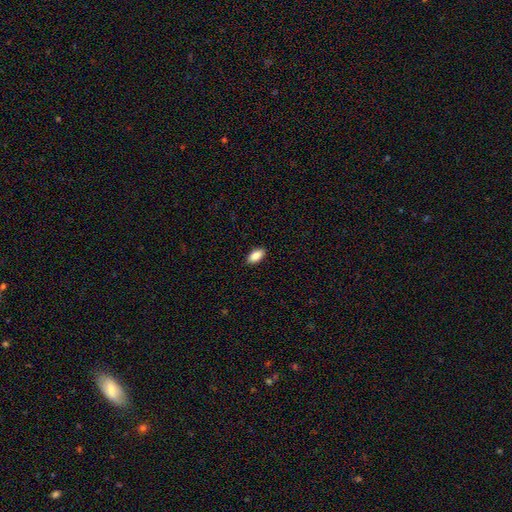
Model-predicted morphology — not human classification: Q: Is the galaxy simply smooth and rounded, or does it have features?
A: smooth — 88%.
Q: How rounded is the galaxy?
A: in between — 92%.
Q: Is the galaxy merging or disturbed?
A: none — 90%.